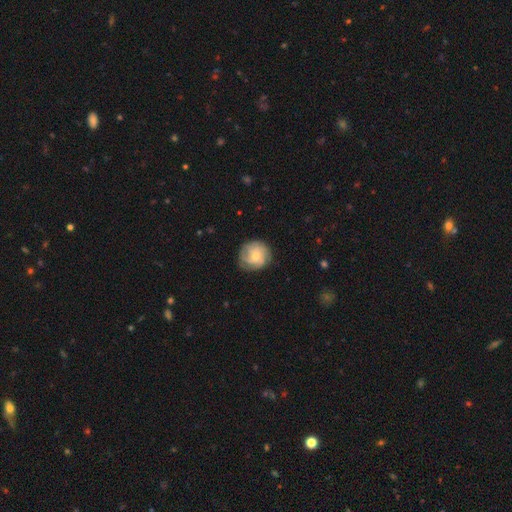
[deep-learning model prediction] A featured or disk galaxy (58%) with no bar (76%), spiral arms (88%) and a small central bulge (57%). Merging: none (76%).